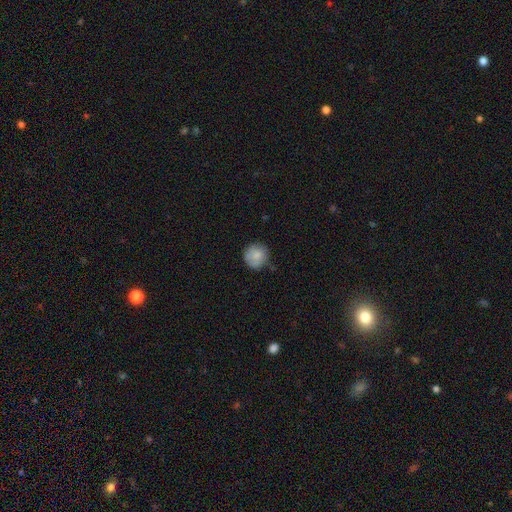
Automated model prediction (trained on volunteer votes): Smooth or featured?
  - smooth: 80% *
  - featured or disk: 12%
  - star or artifact: 8%
How rounded?
  - round: 92% *
  - in between: 7%
  - cigar-shaped: 1%
Merging?
  - none: 73% *
  - minor disturbance: 21%
  - major disturbance: 4%
  - merger: 2%